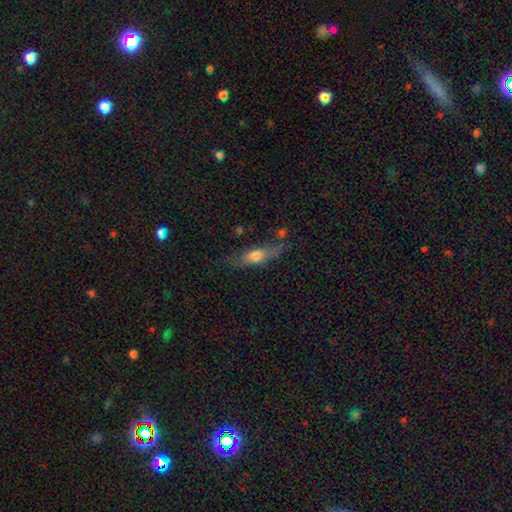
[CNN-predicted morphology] A smooth galaxy with no disk features (61%) that is in between round and cigar-shaped (49%). Merging: none (53%).